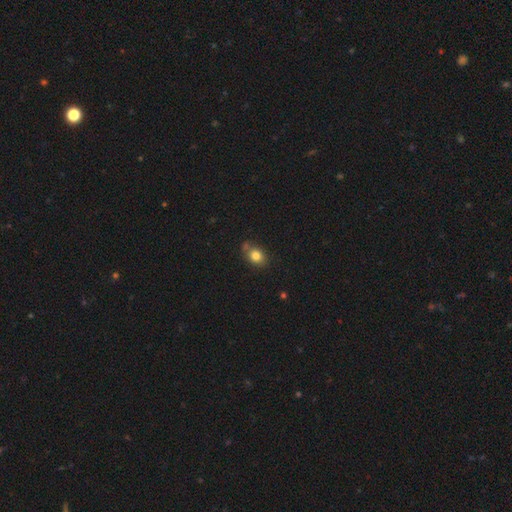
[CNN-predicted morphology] smooth-or-featured: smooth: 82% | star or artifact: 10% | featured or disk: 8%
  how-rounded: in between: 50% | round: 49% | cigar-shaped: 1%
  merging: none: 66% | minor disturbance: 18% | merger: 11% | major disturbance: 4%